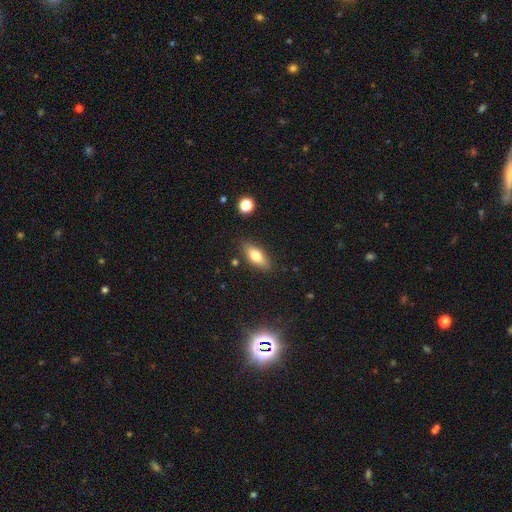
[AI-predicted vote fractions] This is likely a smooth galaxy (70%). How rounded: likely in between (74%). Merging: clearly none (84%).